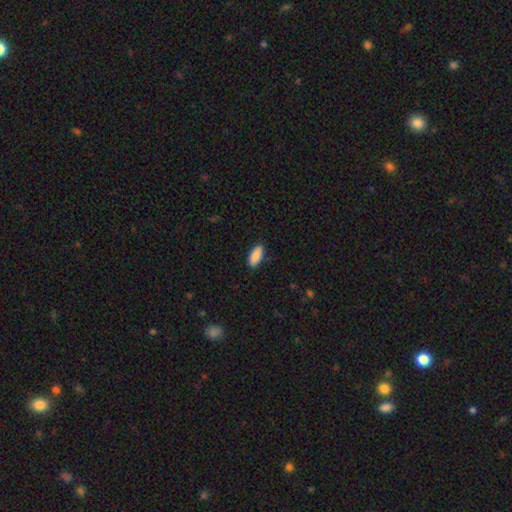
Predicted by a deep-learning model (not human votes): This is clearly a smooth galaxy (89%). How rounded: clearly in between (86%). Merging: clearly none (87%).